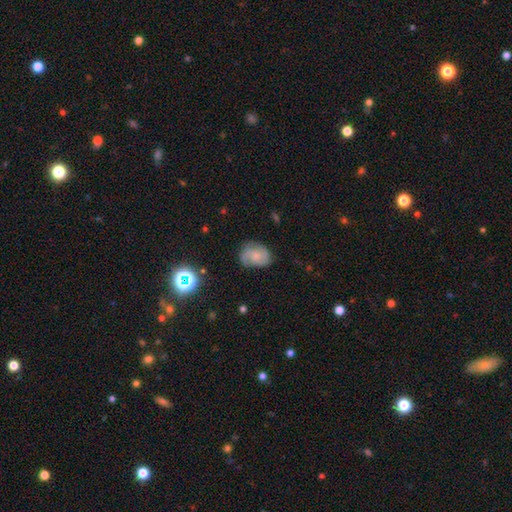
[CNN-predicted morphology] This appears to be a featured or disk galaxy (53%) with no bar (74%), spiral arms (88%) and a small central bulge (55%). Merging: none (64%).